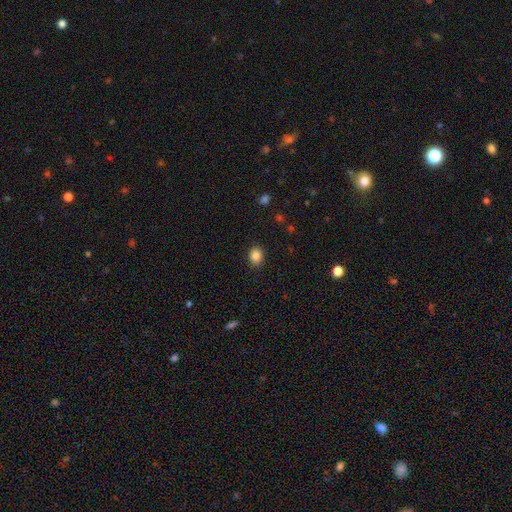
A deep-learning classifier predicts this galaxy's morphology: Smooth or featured? smooth (86%)
How rounded? in between (51%)
Merging? none (88%)